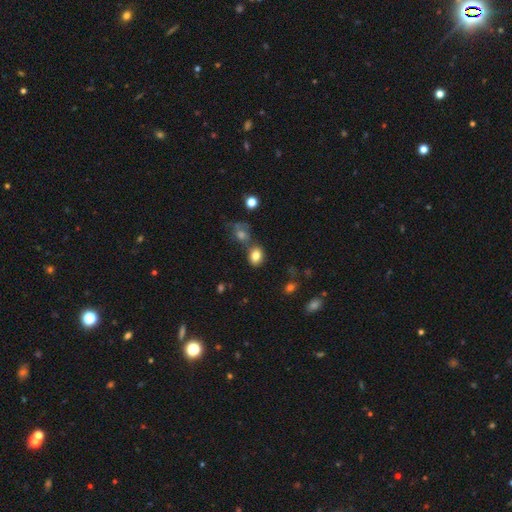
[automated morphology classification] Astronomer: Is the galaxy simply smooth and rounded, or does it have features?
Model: smooth — 82%.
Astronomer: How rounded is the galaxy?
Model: in between — 62% (runner-up: round, 37%).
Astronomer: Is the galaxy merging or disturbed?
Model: none — 62%.